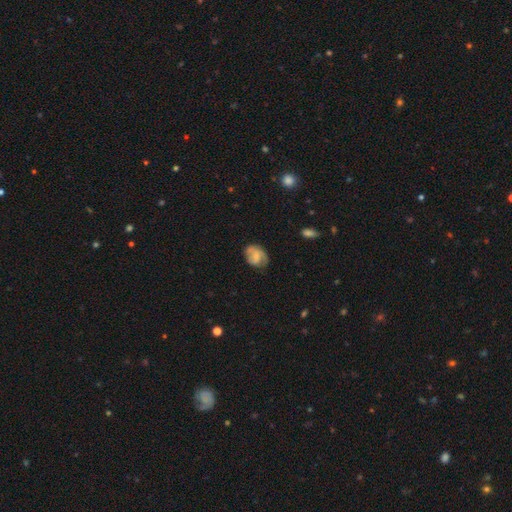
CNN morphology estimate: Smooth or featured? featured or disk (50%)
Edge-on disk? no (97%)
Merging? none (58%)